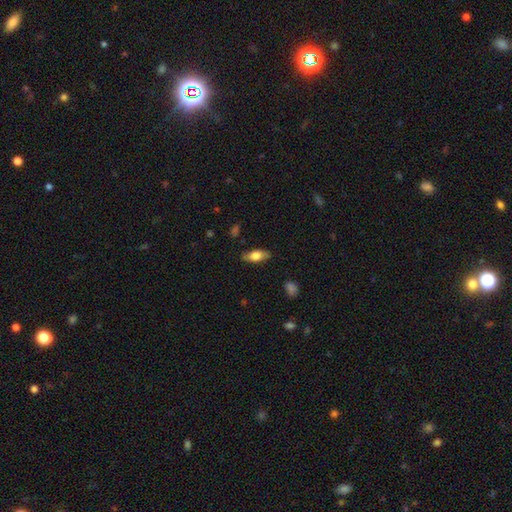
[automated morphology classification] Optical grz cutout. It shows a smooth galaxy with no disk features (72%) that is in between round and cigar-shaped (83%). Merging: none (82%).